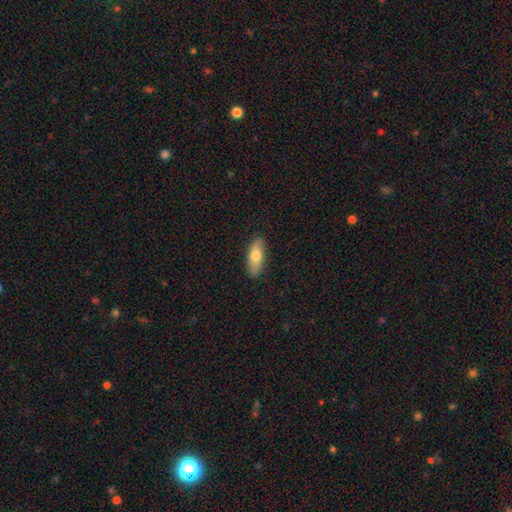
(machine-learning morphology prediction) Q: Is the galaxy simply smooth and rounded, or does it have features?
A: smooth — 71%.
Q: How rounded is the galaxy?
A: in between — 72%.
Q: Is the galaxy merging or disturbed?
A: none — 87%.